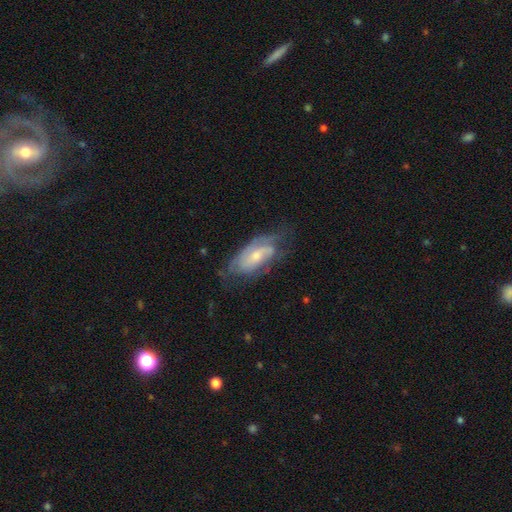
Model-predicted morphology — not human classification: Smooth or featured?
  - featured or disk: 69% *
  - smooth: 24%
  - star or artifact: 7%
Edge-on disk?
  - no: 91% *
  - yes: 9%
Bar?
  - no: 57% *
  - weak: 35%
  - strong: 8%
Spiral arms?
  - yes: 82% *
  - no: 18%
Spiral winding?
  - tight: 47% *
  - medium: 38%
  - loose: 15%
Spiral arm count?
  - 2: 40% * (tied)
  - can't tell: 40% * (tied)
  - 1: 8%
  - 3: 8%
  - 4: 3%
  - more than 4: 2%
Bulge size?
  - small: 50% *
  - moderate: 43%
  - none: 3%
  - large: 3%
  - dominant: 1%
Merging?
  - none: 55% *
  - minor disturbance: 28%
  - major disturbance: 16%
  - merger: 2%